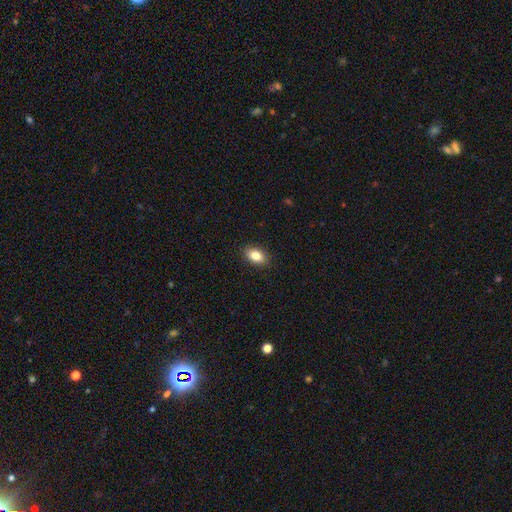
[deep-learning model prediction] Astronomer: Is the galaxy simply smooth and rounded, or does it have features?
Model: smooth — 85%.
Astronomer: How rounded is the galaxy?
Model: in between — 85%.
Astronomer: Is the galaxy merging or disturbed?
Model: none — 89%.